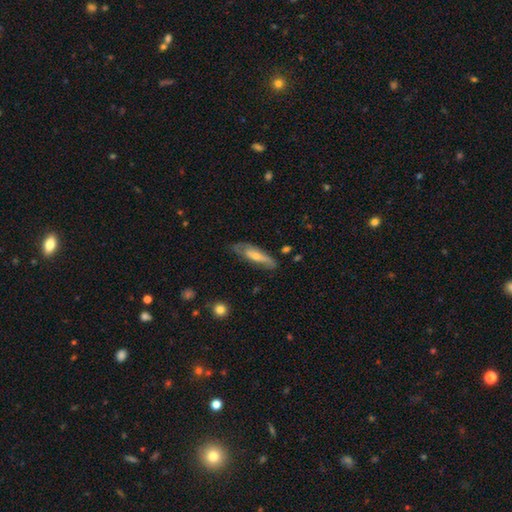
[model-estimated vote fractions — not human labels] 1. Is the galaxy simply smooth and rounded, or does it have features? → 53% featured or disk, 40% smooth, 7% star or artifact.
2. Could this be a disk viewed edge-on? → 57% no, 43% yes.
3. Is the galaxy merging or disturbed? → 64% none, 25% minor disturbance, 8% major disturbance, 2% merger.